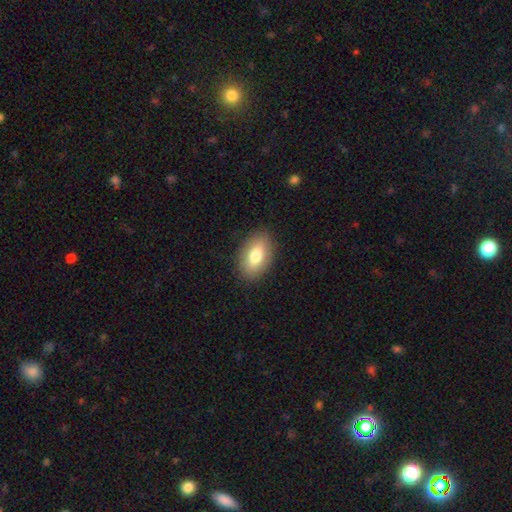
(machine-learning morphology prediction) Smooth or featured: smooth — 77% (featured or disk — 16%)
How rounded: in between — 90% (round — 8%)
Merging: none — 87% (minor disturbance — 9%)